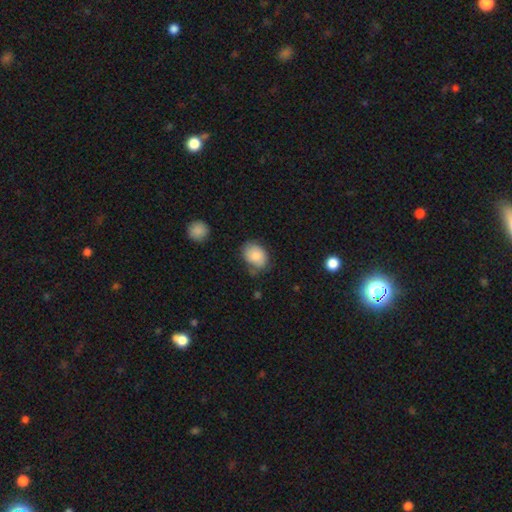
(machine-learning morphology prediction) smooth_or_featured: smooth (p=0.82) [alt: featured or disk p=0.11]
how_rounded: in between (p=0.68) [alt: round p=0.31]
merging: none (p=0.62) [alt: minor disturbance p=0.27]